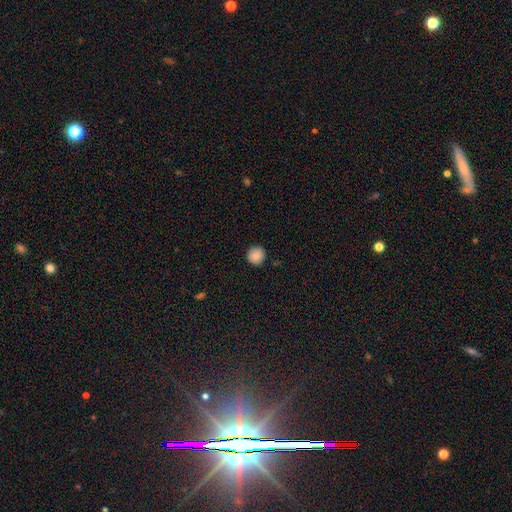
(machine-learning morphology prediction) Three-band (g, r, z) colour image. It shows a smooth galaxy with no disk features (86%) that is round (94%). Merging: none (90%).